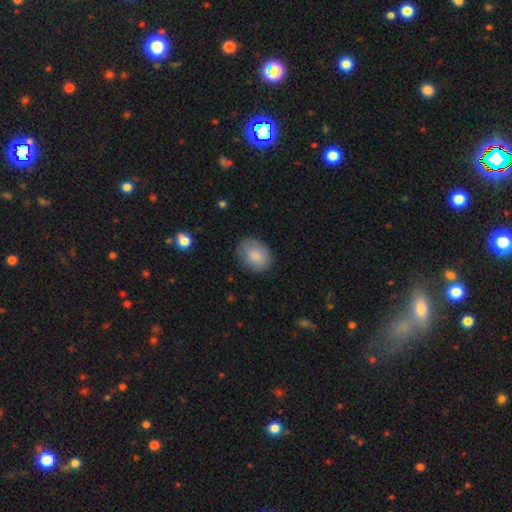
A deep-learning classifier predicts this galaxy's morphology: A smooth galaxy with no disk features (86%) that is in between round and cigar-shaped (66%).

Vote fractions:
- Smooth or featured? smooth: 86% / featured or disk: 8% / star or artifact: 7%
- How rounded? in between: 66% / round: 33% / cigar-shaped: 1%
- Merging? none: 79% / minor disturbance: 16% / major disturbance: 4% / merger: 1%